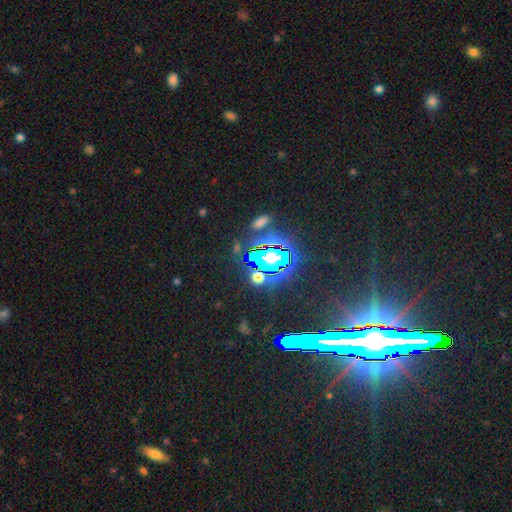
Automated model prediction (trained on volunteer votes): This appears to be a star or artifact, not a galaxy (84%).